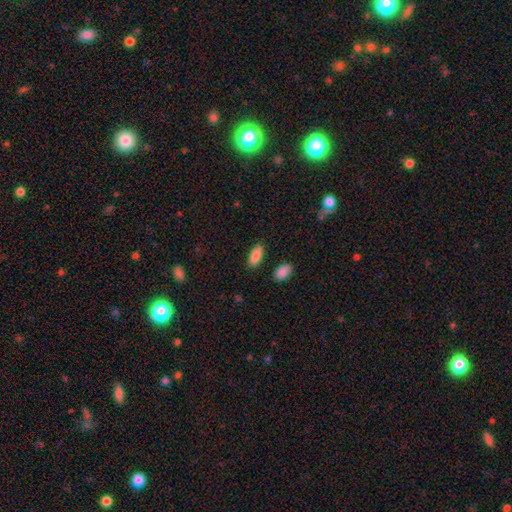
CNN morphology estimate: Smooth or featured? smooth (88%)
How rounded? in between (83%)
Merging? none (87%)